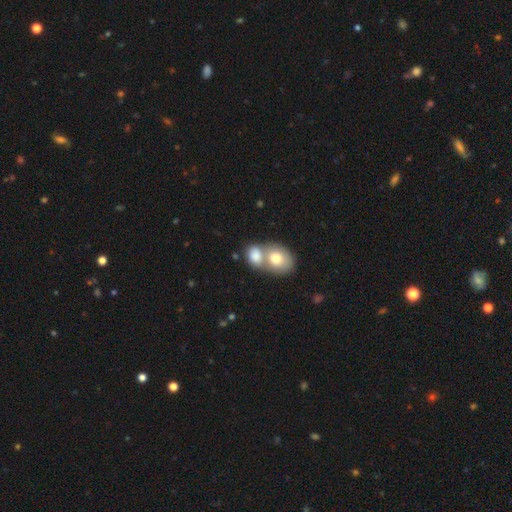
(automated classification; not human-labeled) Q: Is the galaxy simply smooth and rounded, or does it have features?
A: smooth — 76%.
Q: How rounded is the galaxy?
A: in between — 61%.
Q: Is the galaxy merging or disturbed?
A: merger — 66%.